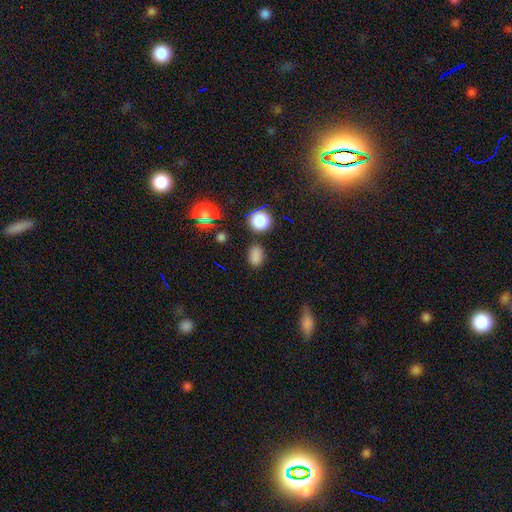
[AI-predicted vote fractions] Smooth or featured? smooth (76%)
How rounded? in between (75%)
Merging? none (79%)